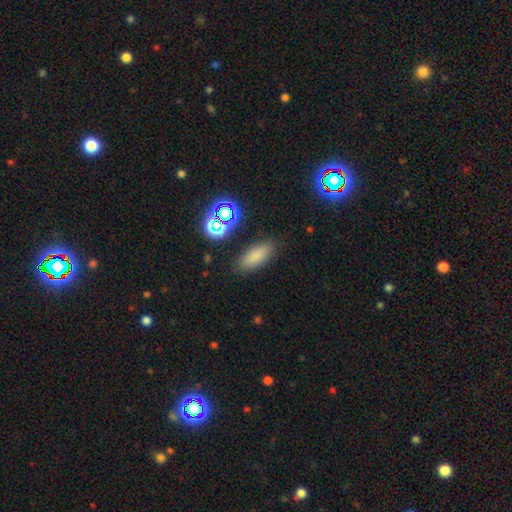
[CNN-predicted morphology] smooth-or-featured: smooth: 78% | star or artifact: 15% | featured or disk: 8%
  how-rounded: in between: 79% | cigar-shaped: 17% | round: 4%
  merging: none: 84% | minor disturbance: 10% | major disturbance: 3% | merger: 3%